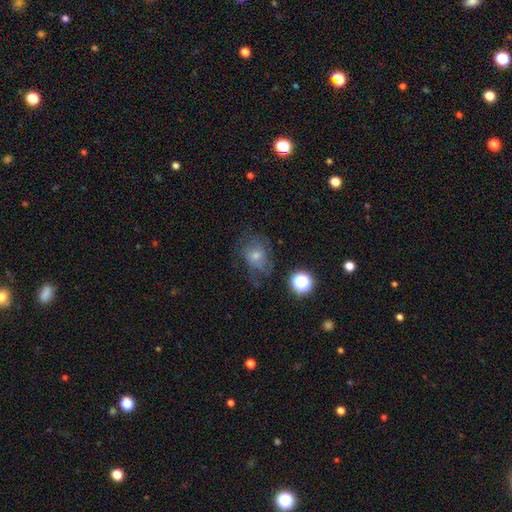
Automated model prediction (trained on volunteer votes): A smooth galaxy with no disk features (49%).

Vote fractions:
- Smooth or featured? smooth: 49% / featured or disk: 33% / star or artifact: 18%
- Merging? none: 48% / minor disturbance: 26% / major disturbance: 23% / merger: 3%